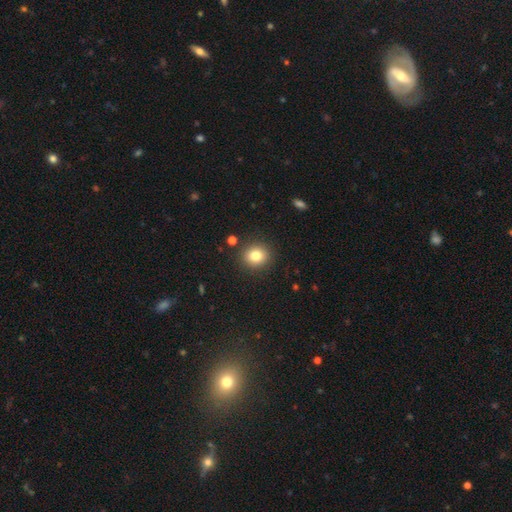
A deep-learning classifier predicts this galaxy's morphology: Smooth or featured?
  - smooth: 80% *
  - star or artifact: 11%
  - featured or disk: 8%
How rounded?
  - round: 79% *
  - in between: 20%
  - cigar-shaped: 1%
Merging?
  - none: 89% *
  - minor disturbance: 7%
  - major disturbance: 2%
  - merger: 2%